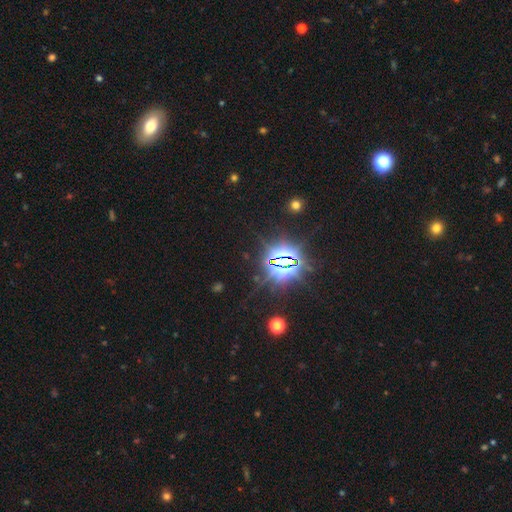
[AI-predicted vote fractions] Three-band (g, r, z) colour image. It shows a star or artifact, not a galaxy (78%).